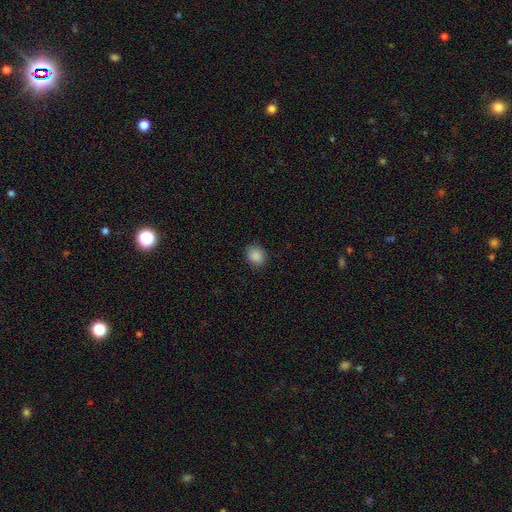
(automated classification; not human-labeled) A smooth galaxy with no disk features (88%) that is round (68%).

Vote fractions:
- Smooth or featured? smooth: 88% / star or artifact: 9% / featured or disk: 3%
- How rounded? round: 68% / in between: 32% / cigar-shaped: 1%
- Merging? none: 88% / minor disturbance: 9% / major disturbance: 2% / merger: 1%